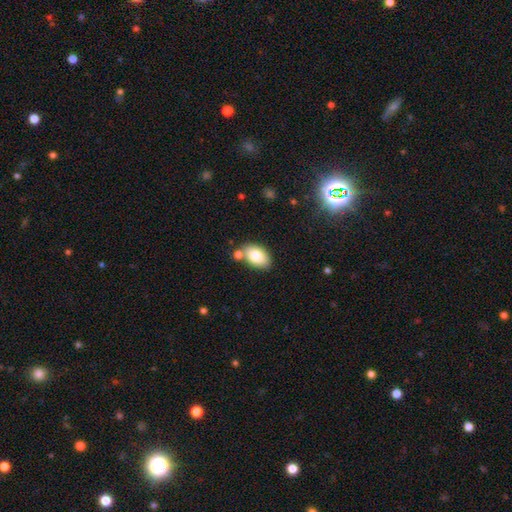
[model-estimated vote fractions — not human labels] smooth 79%, featured or disk 13%, star or artifact 8%. Down the decision tree: how rounded — in between (91%); merging — none (72%).